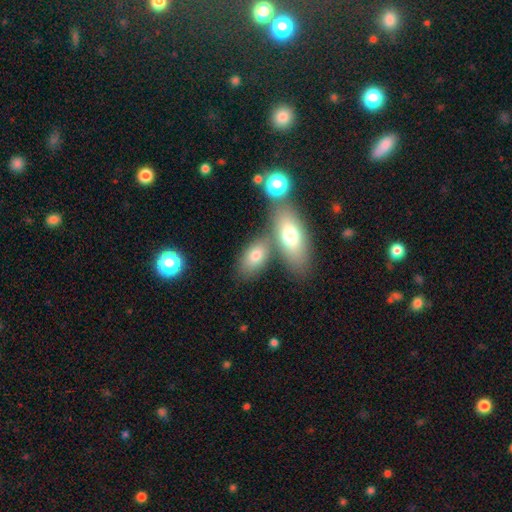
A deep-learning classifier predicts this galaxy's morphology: This appears to be a smooth galaxy with no disk features (73%) that is in between round and cigar-shaped (86%). Merging: none (52%).